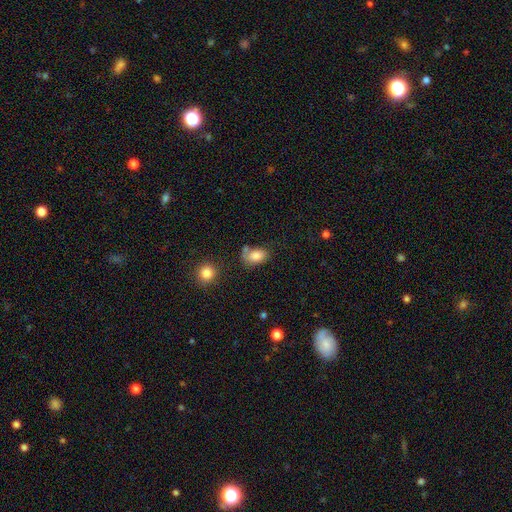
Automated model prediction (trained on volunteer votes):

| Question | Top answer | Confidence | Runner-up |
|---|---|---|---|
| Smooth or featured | smooth | 83% | star or artifact (9%) |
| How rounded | in between | 86% | round (13%) |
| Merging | none | 49% | minor disturbance (22%) |